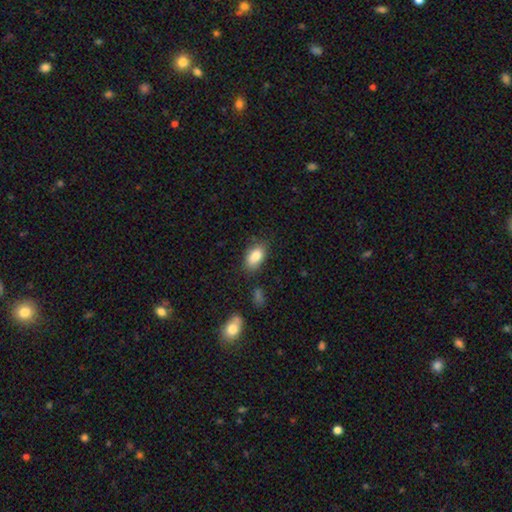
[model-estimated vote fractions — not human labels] smooth_or_featured: smooth (p=0.84) [alt: featured or disk p=0.09]
how_rounded: in between (p=0.90) [alt: round p=0.07]
merging: none (p=0.78) [alt: minor disturbance p=0.15]